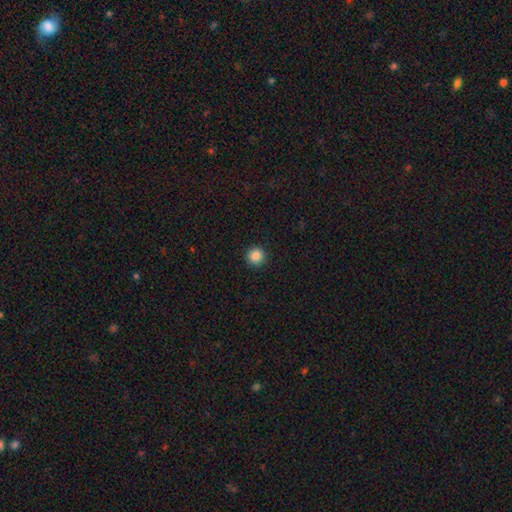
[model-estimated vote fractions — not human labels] smooth_or_featured: smooth (p=0.86) [alt: star or artifact p=0.10]
how_rounded: round (p=0.95) [alt: in between p=0.04]
merging: none (p=0.92) [alt: minor disturbance p=0.05]